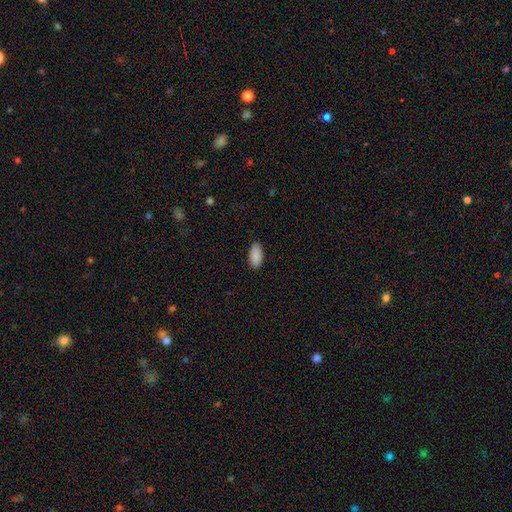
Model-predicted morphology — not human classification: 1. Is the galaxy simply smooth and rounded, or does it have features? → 90% smooth, 7% star or artifact, 3% featured or disk.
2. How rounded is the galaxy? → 92% in between, 6% cigar-shaped, 2% round.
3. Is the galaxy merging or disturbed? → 88% none, 9% minor disturbance, 2% major disturbance, 1% merger.